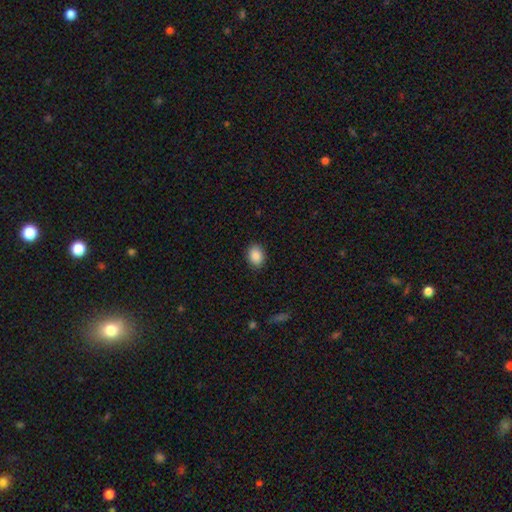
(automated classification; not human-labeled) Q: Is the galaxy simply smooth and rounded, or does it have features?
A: smooth — 88%.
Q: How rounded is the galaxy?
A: in between — 65%.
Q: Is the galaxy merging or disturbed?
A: none — 88%.